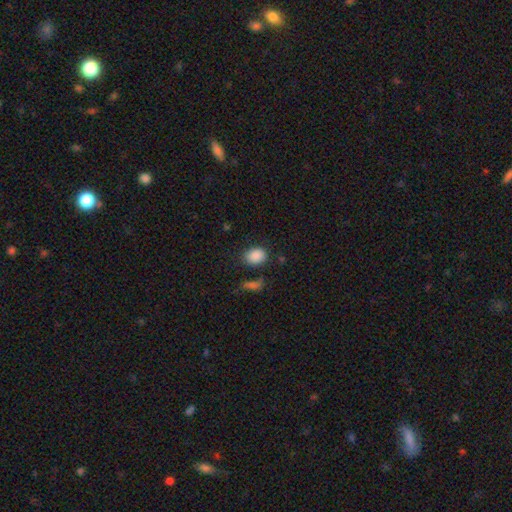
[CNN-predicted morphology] Smooth or featured: smooth — 87% (star or artifact — 9%)
How rounded: in between — 68% (round — 31%)
Merging: none — 74% (minor disturbance — 15%)